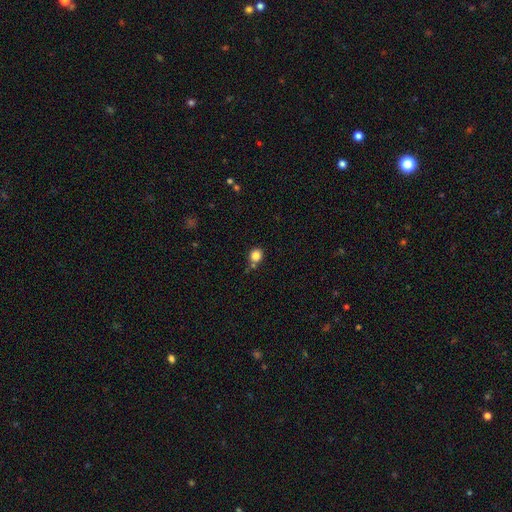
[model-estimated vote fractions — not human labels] Q: Smooth or featured?
A: smooth (83%); runner-up: star or artifact (12%)
Q: How rounded?
A: round (82%); runner-up: in between (17%)
Q: Merging?
A: none (69%); runner-up: minor disturbance (14%)